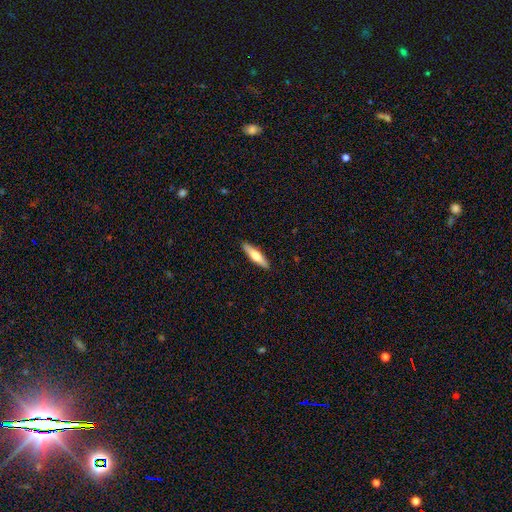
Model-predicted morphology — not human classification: Overall: smooth (56%; featured or disk 38%). How rounded: cigar-shaped (77%). Merging: none (91%).